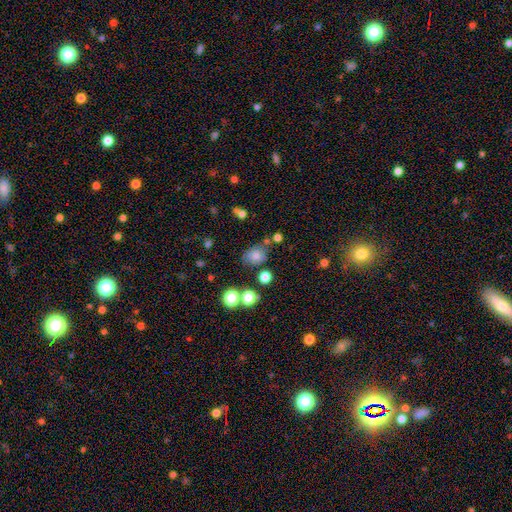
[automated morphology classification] A smooth galaxy with no disk features (75%) that is in between round and cigar-shaped (53%). Merging: none (65%).